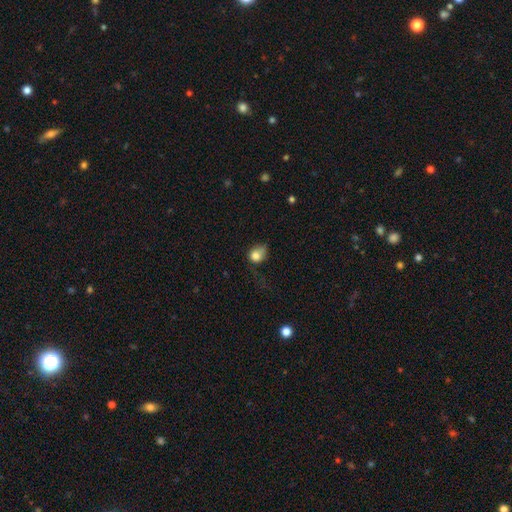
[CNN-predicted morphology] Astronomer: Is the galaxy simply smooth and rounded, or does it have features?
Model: smooth — 79%.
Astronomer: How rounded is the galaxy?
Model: round — 63%.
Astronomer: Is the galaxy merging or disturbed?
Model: minor disturbance — 34% (runner-up: major disturbance, 33%).